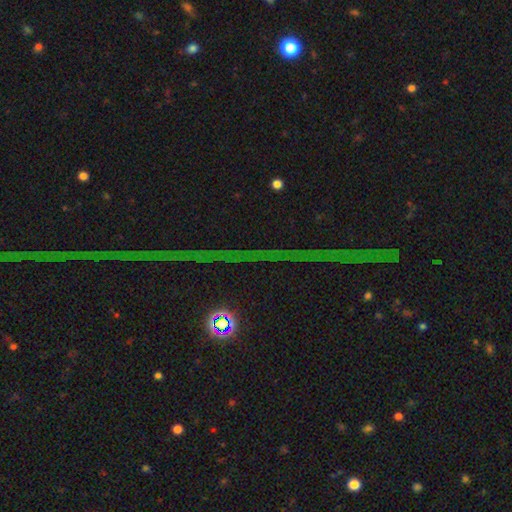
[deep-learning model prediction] This is clearly a star or artifact rather than a galaxy (83%).